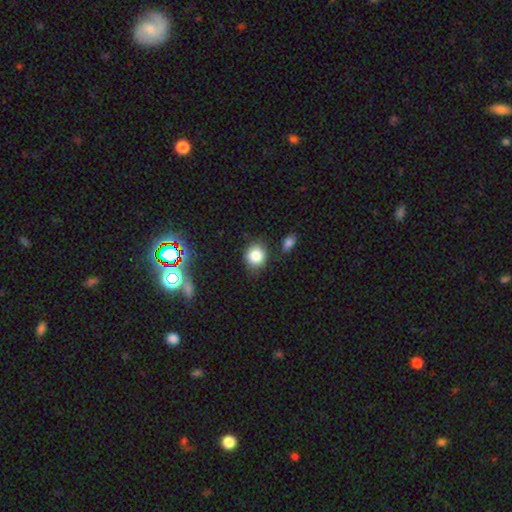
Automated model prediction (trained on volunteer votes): A smooth galaxy with no disk features (82%) that is round (80%). Merging: none (78%).